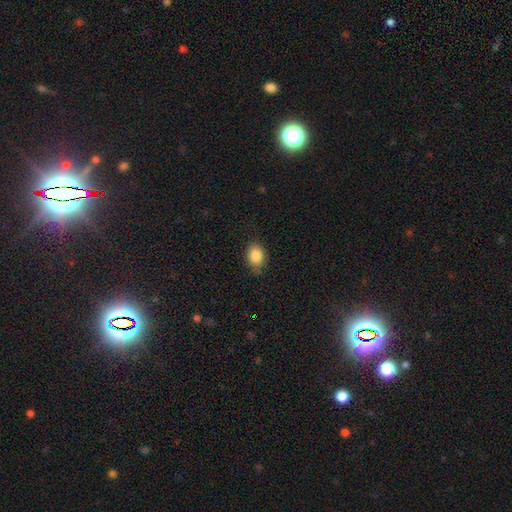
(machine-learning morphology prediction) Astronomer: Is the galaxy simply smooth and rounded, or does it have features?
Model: smooth — 87%.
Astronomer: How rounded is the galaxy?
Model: in between — 62%.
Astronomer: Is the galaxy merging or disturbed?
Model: none — 79%.